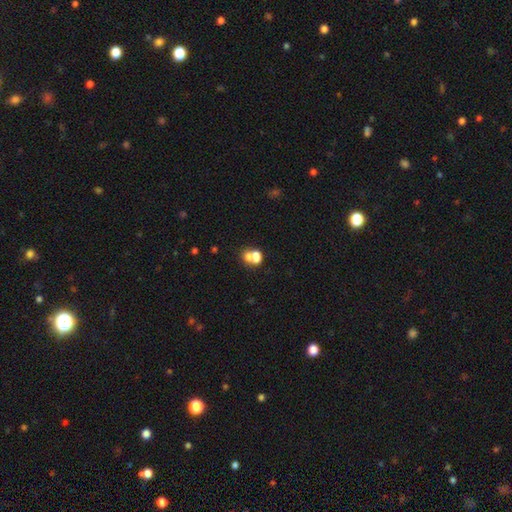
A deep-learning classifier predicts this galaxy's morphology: smooth 67%, featured or disk 18%, star or artifact 15%. Down the decision tree: how rounded — in between (50%); merging — merger (57%).